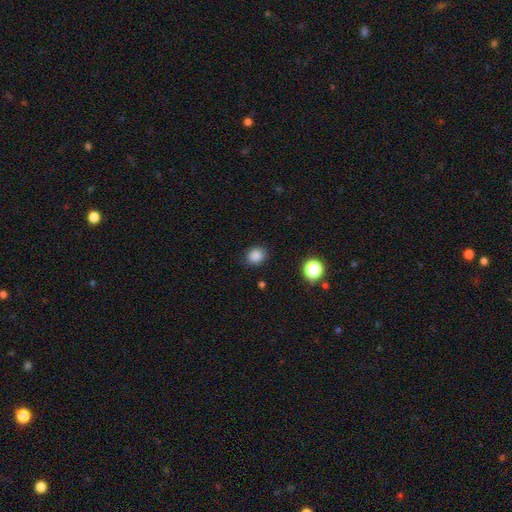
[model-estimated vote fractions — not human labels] Smooth or featured? Predicted: smooth (p=0.85). How rounded? Predicted: round (p=0.74). Merging? Predicted: none (p=0.85).